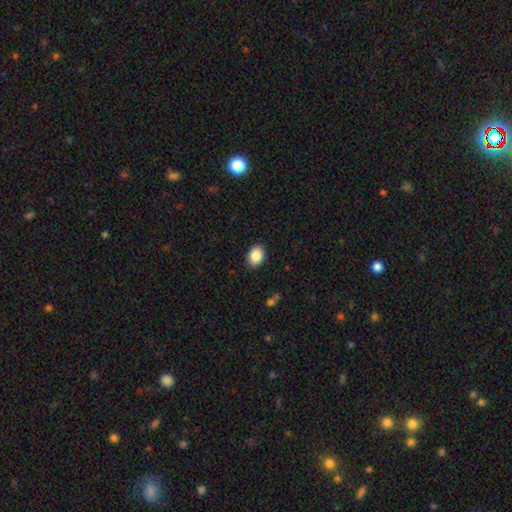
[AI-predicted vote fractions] smooth-or-featured: smooth: 86% | star or artifact: 8% | featured or disk: 6%
  how-rounded: in between: 72% | round: 27% | cigar-shaped: 1%
  merging: none: 89% | minor disturbance: 8% | major disturbance: 2% | merger: 1%